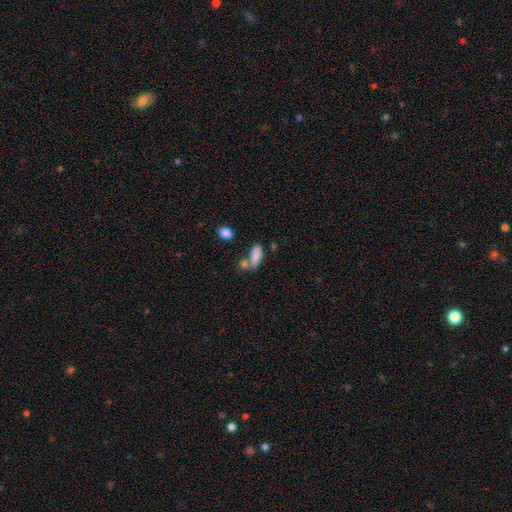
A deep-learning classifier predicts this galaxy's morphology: This is clearly a smooth galaxy (83%). How rounded: likely in between (68%). Merging: possibly none (48%).